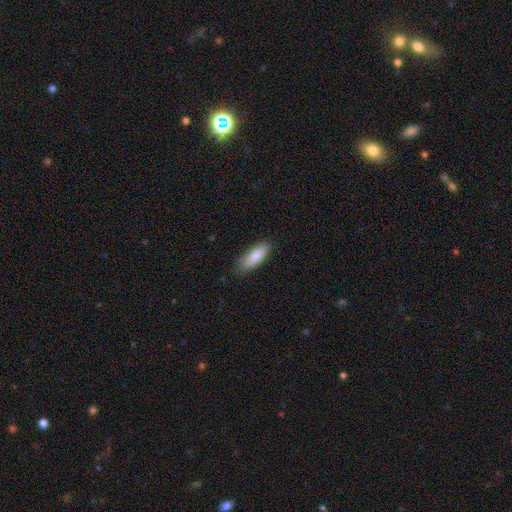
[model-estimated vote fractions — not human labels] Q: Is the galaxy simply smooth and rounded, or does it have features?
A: smooth — 78%.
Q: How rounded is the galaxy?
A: in between — 65%.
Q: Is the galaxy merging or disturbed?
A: none — 78%.